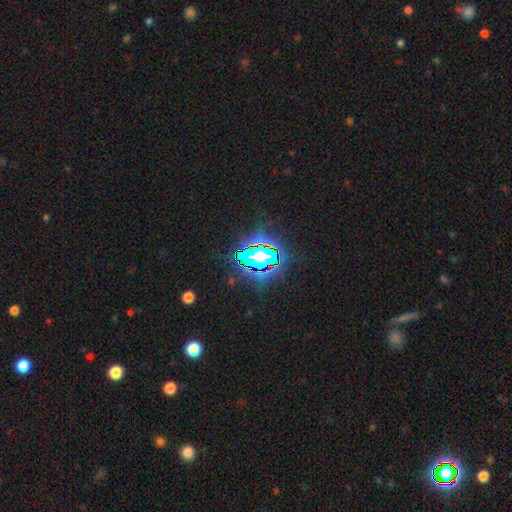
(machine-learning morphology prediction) Q: Smooth or featured?
A: star or artifact (79%); runner-up: smooth (12%)